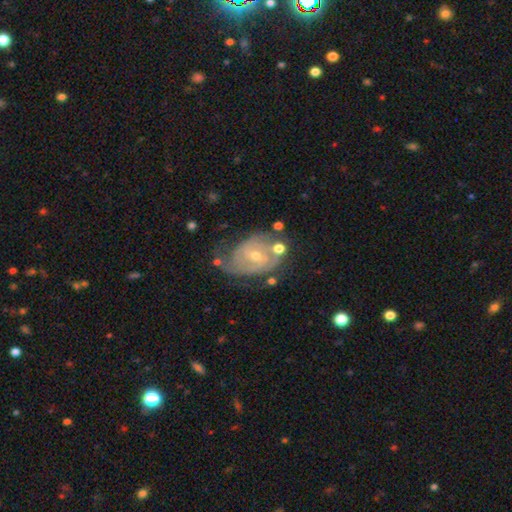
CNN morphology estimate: This is clearly a featured or disk galaxy (81%). It is clearly not viewed edge-on (96%). Bar: possibly no (50%). Spiral arm pattern: clearly yes (91%). Spiral arm count: possibly 2 (48%). Spiral winding: possibly tight (55%). Central bulge: possibly small (60%). Merging: possibly none (52%).